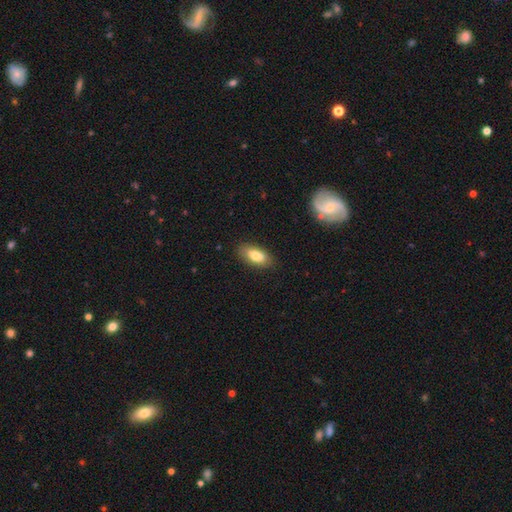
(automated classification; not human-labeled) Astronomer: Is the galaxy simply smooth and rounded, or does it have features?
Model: smooth — 73%.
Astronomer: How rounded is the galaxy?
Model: in between — 89%.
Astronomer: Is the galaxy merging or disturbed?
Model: none — 81%.